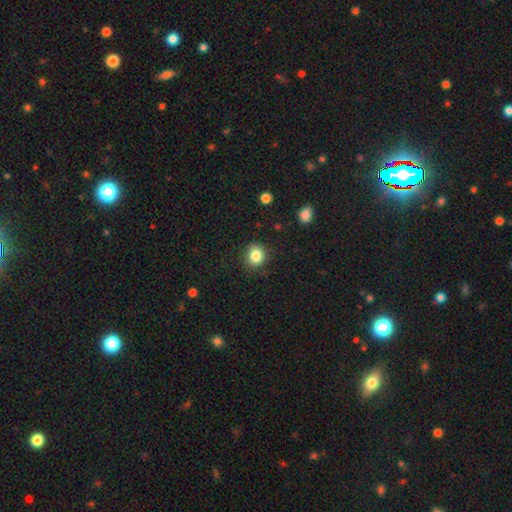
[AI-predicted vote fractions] Smooth or featured? smooth (84%)
How rounded? round (78%)
Merging? none (85%)